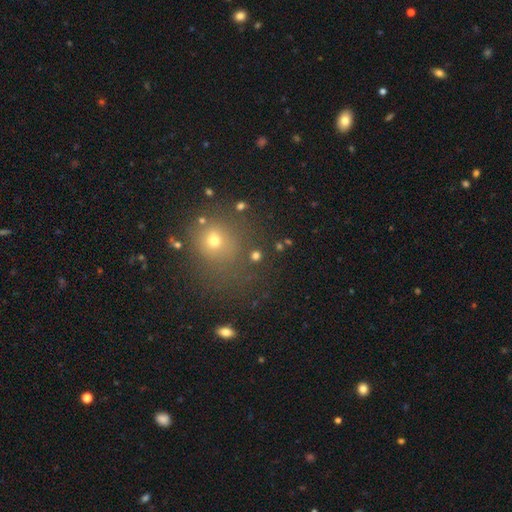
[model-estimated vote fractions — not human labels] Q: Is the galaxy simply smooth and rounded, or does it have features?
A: smooth — 70%.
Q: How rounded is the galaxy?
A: round — 86%.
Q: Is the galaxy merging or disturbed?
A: none — 80%.